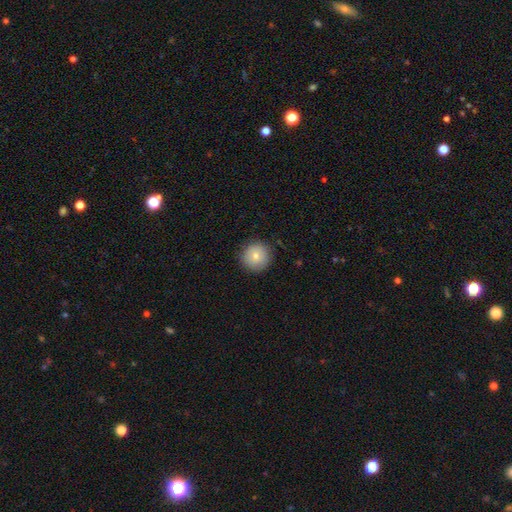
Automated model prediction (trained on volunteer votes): Q: Smooth or featured?
A: smooth (79%); runner-up: featured or disk (12%)
Q: How rounded?
A: round (94%); runner-up: in between (5%)
Q: Merging?
A: none (89%); runner-up: minor disturbance (8%)